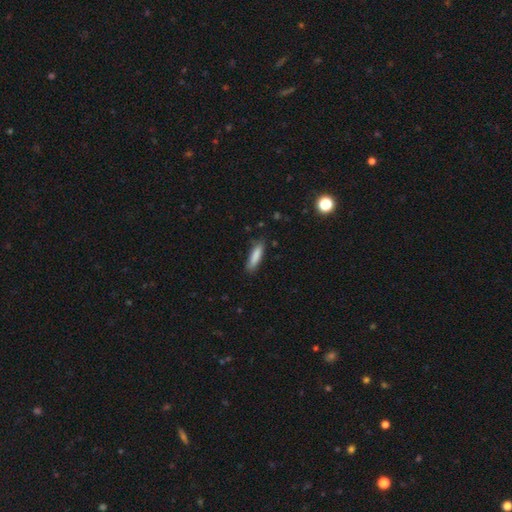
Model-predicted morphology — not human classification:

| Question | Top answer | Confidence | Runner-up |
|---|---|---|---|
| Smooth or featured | smooth | 85% | featured or disk (9%) |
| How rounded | cigar-shaped | 70% | in between (29%) |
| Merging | none | 79% | minor disturbance (16%) |